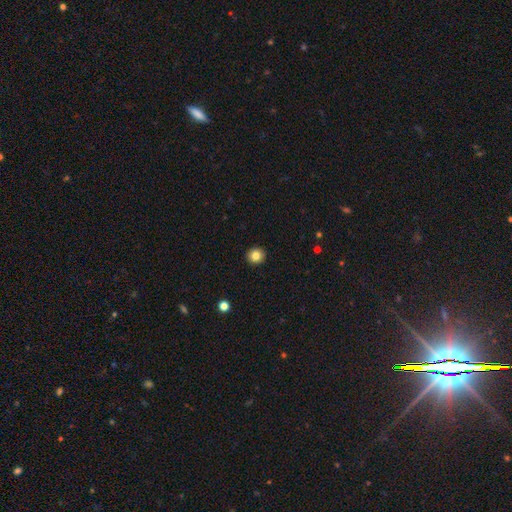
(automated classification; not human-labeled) Overall: smooth (83%). How rounded: round (93%). Merging: none (94%).